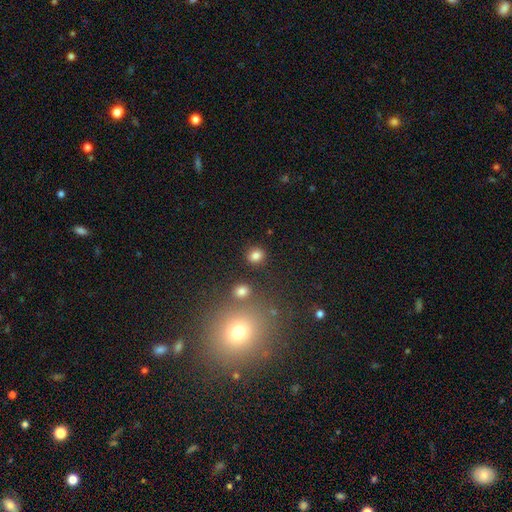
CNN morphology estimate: Smooth or featured? Predicted: smooth (p=0.82). How rounded? Predicted: round (p=0.76). Merging? Predicted: none (p=0.85).